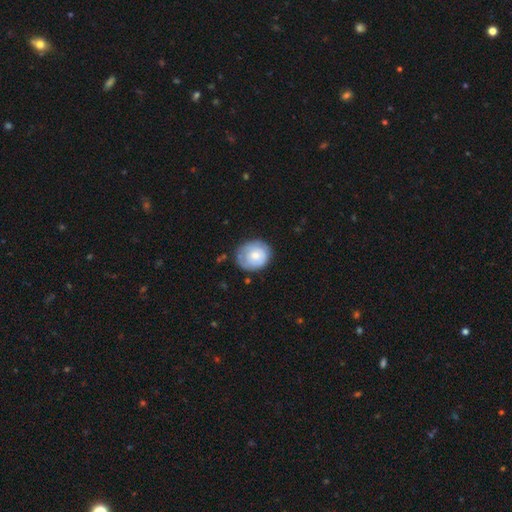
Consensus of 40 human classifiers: Smooth or featured: featured or disk — 55% (smooth — 35%)
Edge-on disk: no — 100%
Bar: no — 91% (weak — 9%)
Spiral arms: yes — 59% (no — 41%)
Spiral winding: tight — 54% (loose — 31%)
Spiral arm count: can't tell — 69% (1 — 23%)
Bulge size: moderate — 41% (tied with small — 41%)
Merging: none — 89% (minor disturbance — 11%)